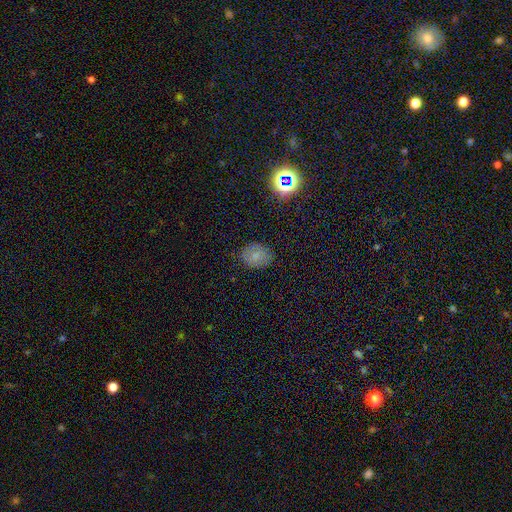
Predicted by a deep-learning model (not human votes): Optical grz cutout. It shows a smooth galaxy with no disk features (72%) that is in between round and cigar-shaped (50%). Merging: none (83%).